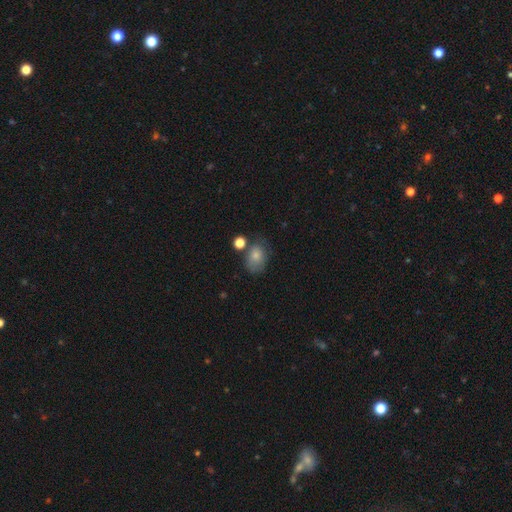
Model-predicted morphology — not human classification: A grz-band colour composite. It shows a smooth galaxy with no disk features (79%) that is in between round and cigar-shaped (71%). Merging: none (54%).